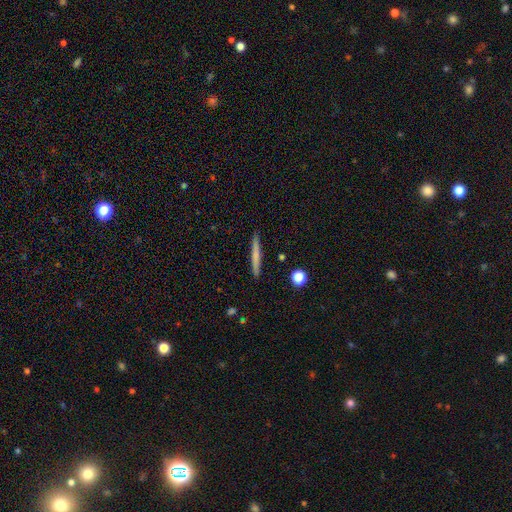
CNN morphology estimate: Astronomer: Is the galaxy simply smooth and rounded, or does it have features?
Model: smooth — 65%.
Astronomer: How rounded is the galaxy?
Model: cigar-shaped — 96%.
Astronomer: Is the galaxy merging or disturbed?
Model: none — 91%.